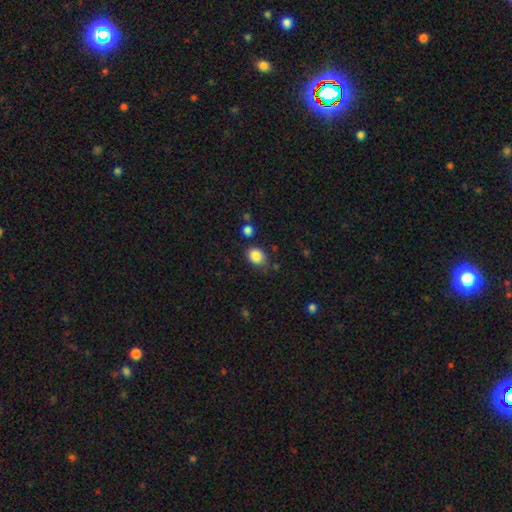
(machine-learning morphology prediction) A smooth galaxy with no disk features (85%) that is in between round and cigar-shaped (55%). Merging: none (73%).